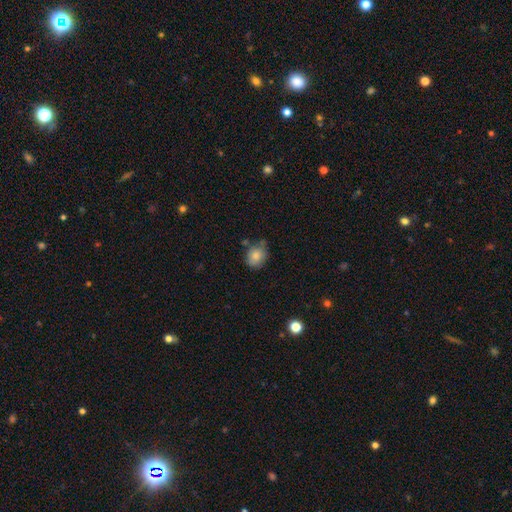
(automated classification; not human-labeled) Smooth or featured? smooth (82%)
How rounded? round (63%)
Merging? none (60%)